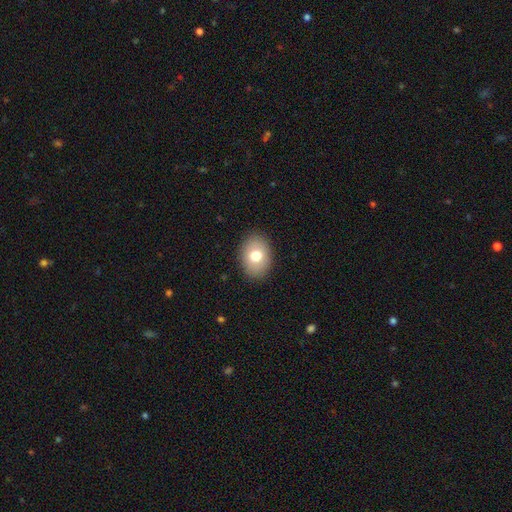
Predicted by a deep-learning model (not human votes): Smooth or featured? Predicted: smooth (p=0.76). How rounded? Predicted: in between (p=0.74). Merging? Predicted: none (p=0.88).